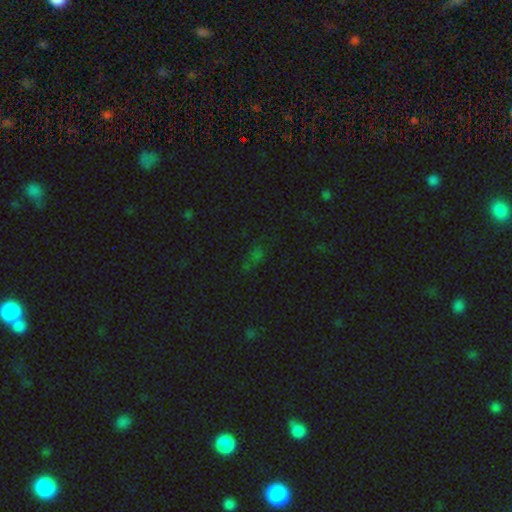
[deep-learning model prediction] Overall: star or artifact (56%; smooth 34%).